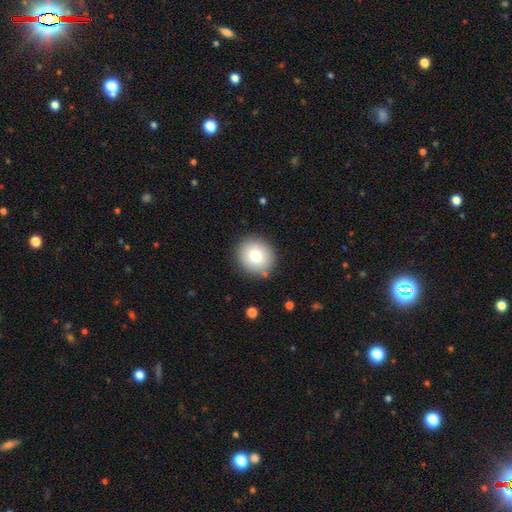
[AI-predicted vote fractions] Smooth or featured? smooth (79%)
How rounded? round (87%)
Merging? none (87%)